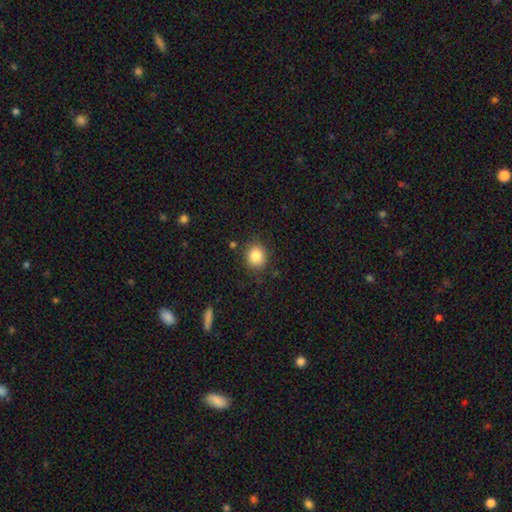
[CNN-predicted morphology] type=smooth (84%); roundness=round (78%); merging=none (84%).